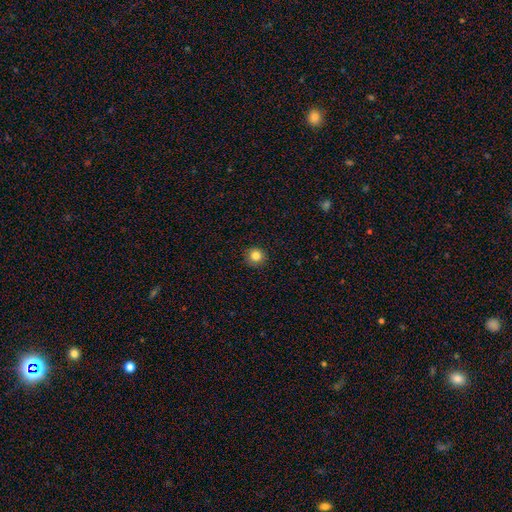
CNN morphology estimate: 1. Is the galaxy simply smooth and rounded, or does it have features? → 84% smooth, 11% star or artifact, 5% featured or disk.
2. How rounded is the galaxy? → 94% round, 6% in between, 1% cigar-shaped.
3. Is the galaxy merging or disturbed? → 91% none, 6% minor disturbance, 2% major disturbance, 1% merger.